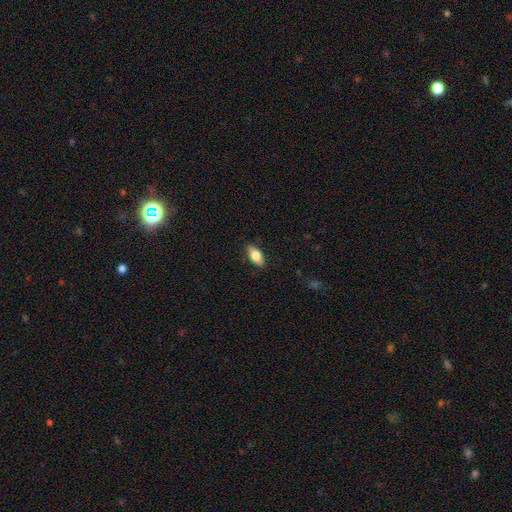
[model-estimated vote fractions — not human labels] smooth_or_featured: smooth (p=0.72) [alt: featured or disk p=0.21]
how_rounded: in between (p=0.85) [alt: cigar-shaped p=0.12]
merging: none (p=0.87) [alt: minor disturbance p=0.10]